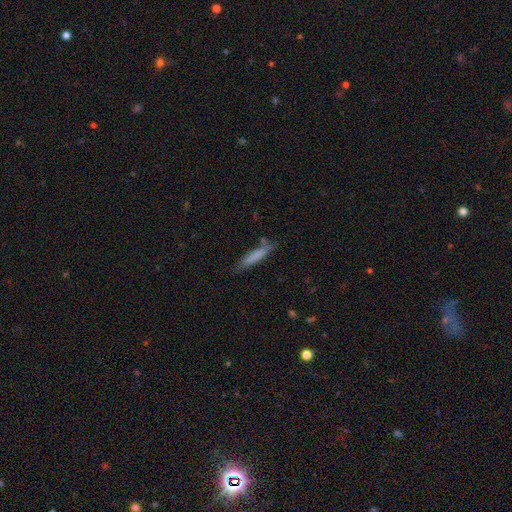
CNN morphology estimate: type=smooth (75%); roundness=cigar-shaped (90%); merging=none (75%).